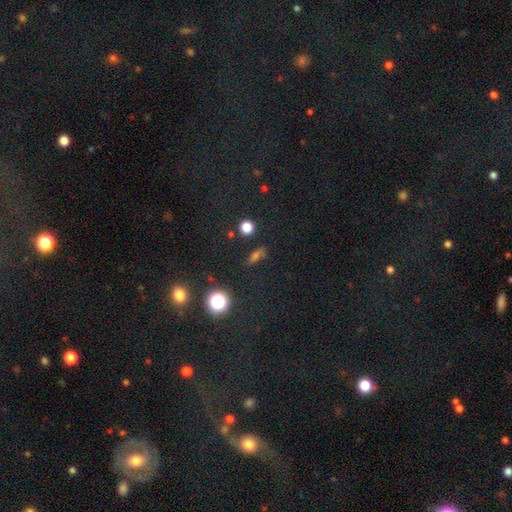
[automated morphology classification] A smooth galaxy with no disk features (52%) that is in between round and cigar-shaped (48%).

Vote fractions:
- Smooth or featured? smooth: 52% / star or artifact: 30% / featured or disk: 19%
- How rounded? in between: 48% / round: 28% / cigar-shaped: 25%
- Merging? none: 75% / minor disturbance: 14% / major disturbance: 6% / merger: 5%